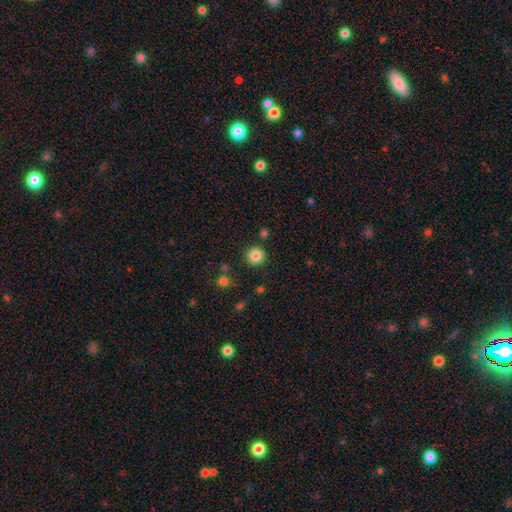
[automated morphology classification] The model was most divided on "smooth or featured": smooth: 85%, star or artifact: 11%, featured or disk: 4%. More confident: how rounded — round (95%); merging — none (90%).